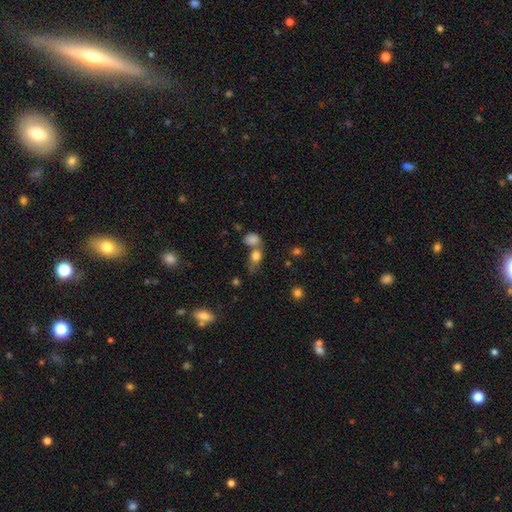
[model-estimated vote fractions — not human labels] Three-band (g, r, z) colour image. It shows a smooth galaxy with no disk features (77%) that is in between round and cigar-shaped (65%). Merging: merger (44%).